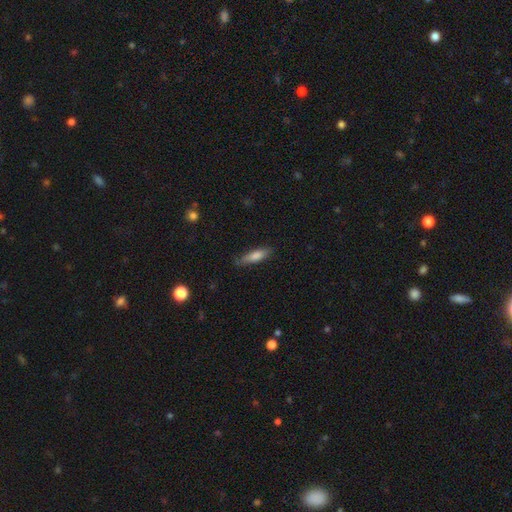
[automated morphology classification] A smooth galaxy with no disk features (71%) that is cigar-shaped (68%).

Vote fractions:
- Smooth or featured? smooth: 71% / featured or disk: 22% / star or artifact: 7%
- How rounded? cigar-shaped: 68% / in between: 31% / round: 2%
- Merging? none: 78% / minor disturbance: 17% / major disturbance: 3% / merger: 1%